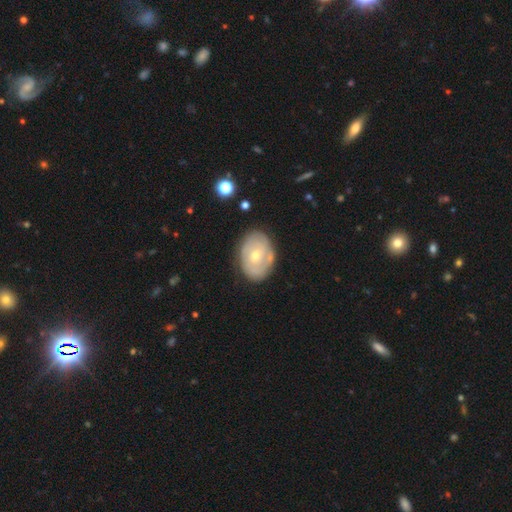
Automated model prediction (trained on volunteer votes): Smooth or featured? Predicted: featured or disk (p=0.57). Edge-on disk? Predicted: no (p=0.95). Bar? Predicted: no (p=0.80). Spiral arms? Predicted: yes (p=0.52). Bulge size? Predicted: moderate (p=0.50). Merging? Predicted: none (p=0.78).